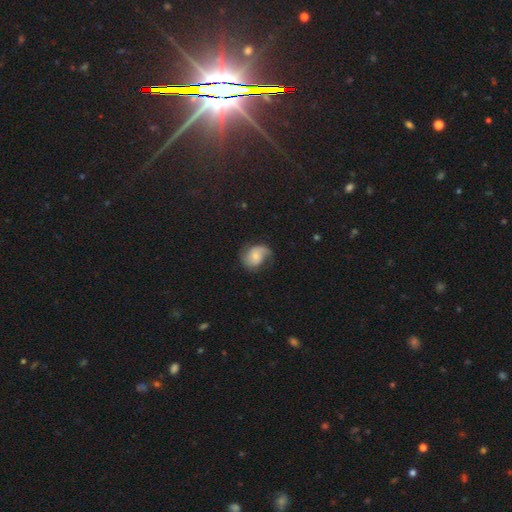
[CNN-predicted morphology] Q: Smooth or featured?
A: featured or disk (50%); runner-up: smooth (41%)
Q: Edge-on disk?
A: no (97%); runner-up: yes (3%)
Q: Merging?
A: none (49%); runner-up: minor disturbance (29%)